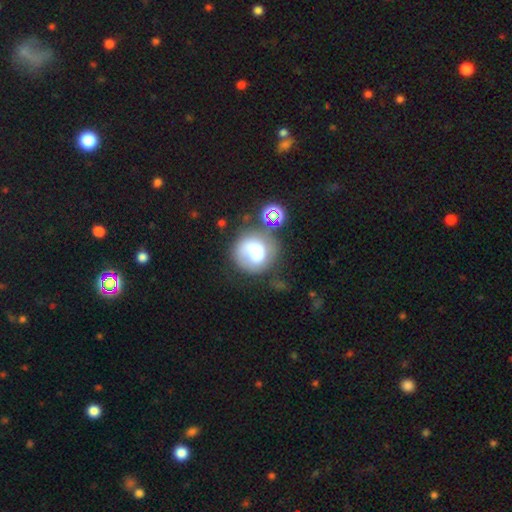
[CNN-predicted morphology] A smooth galaxy with no disk features (58%) that is round (84%). Merging: none (40%).